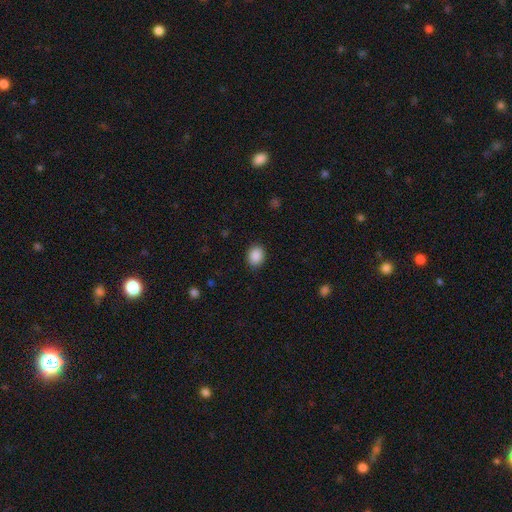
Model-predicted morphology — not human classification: type=smooth (89%); roundness=round (51%); merging=none (88%).